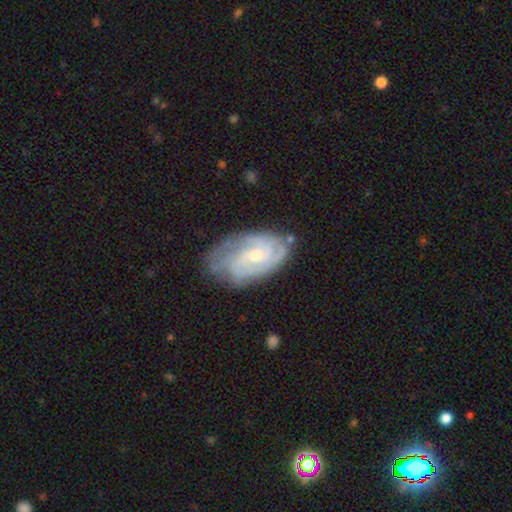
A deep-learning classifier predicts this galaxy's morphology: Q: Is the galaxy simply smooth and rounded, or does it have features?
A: featured or disk — 83%.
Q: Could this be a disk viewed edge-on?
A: no — 96%.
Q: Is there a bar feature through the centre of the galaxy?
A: no — 62%.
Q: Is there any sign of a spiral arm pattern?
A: yes — 95%.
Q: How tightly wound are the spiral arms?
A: tight — 65%.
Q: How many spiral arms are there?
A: can't tell — 32%.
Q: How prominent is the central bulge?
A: moderate — 50%.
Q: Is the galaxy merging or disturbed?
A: none — 65%.